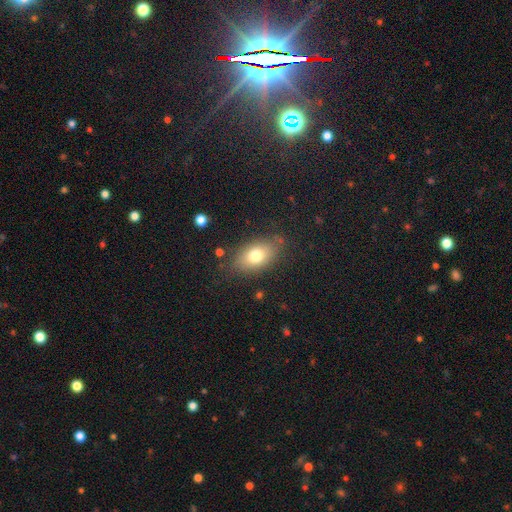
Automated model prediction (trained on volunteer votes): This is likely a smooth galaxy (76%). How rounded: clearly in between (86%). Merging: likely none (80%).